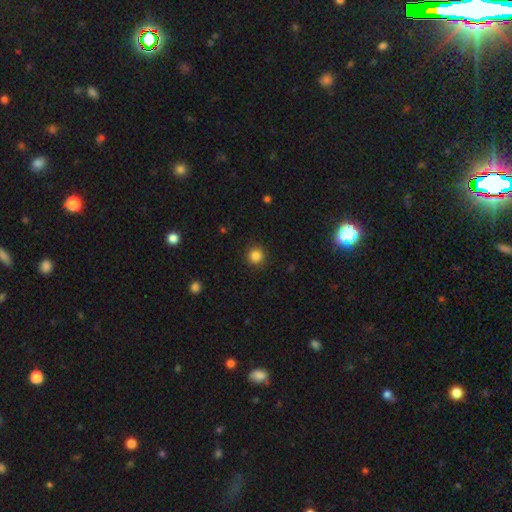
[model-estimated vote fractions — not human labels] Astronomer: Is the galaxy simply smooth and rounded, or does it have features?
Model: smooth — 84%.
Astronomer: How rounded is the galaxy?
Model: round — 95%.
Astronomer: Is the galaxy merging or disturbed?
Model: none — 92%.